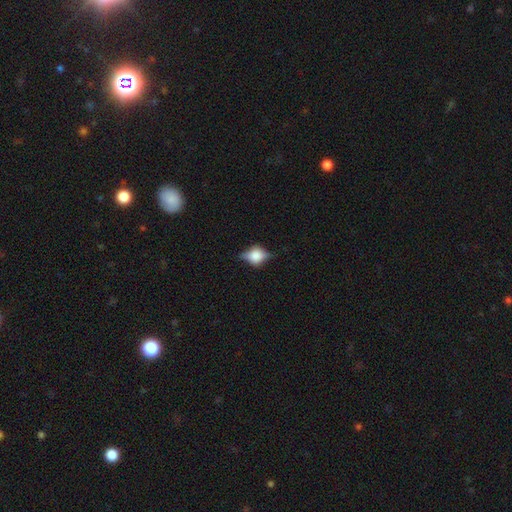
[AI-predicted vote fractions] Q: Smooth or featured?
A: featured or disk (45%); runner-up: smooth (44%)
Q: Merging?
A: none (67%); runner-up: minor disturbance (24%)